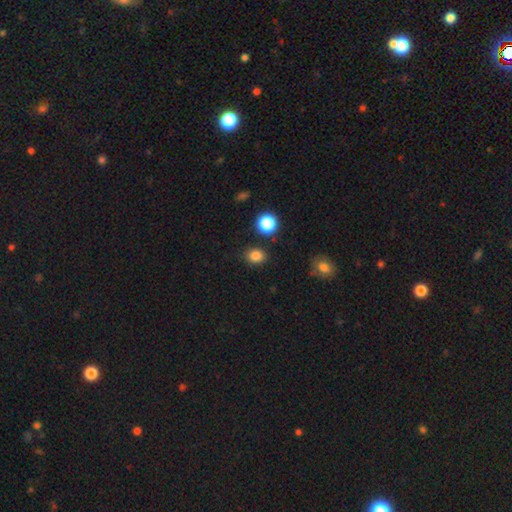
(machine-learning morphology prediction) Smooth or featured?
  - smooth: 83% *
  - star or artifact: 13%
  - featured or disk: 4%
How rounded?
  - round: 60% *
  - in between: 39%
  - cigar-shaped: 1%
Merging?
  - none: 86% *
  - minor disturbance: 9%
  - merger: 3%
  - major disturbance: 3%